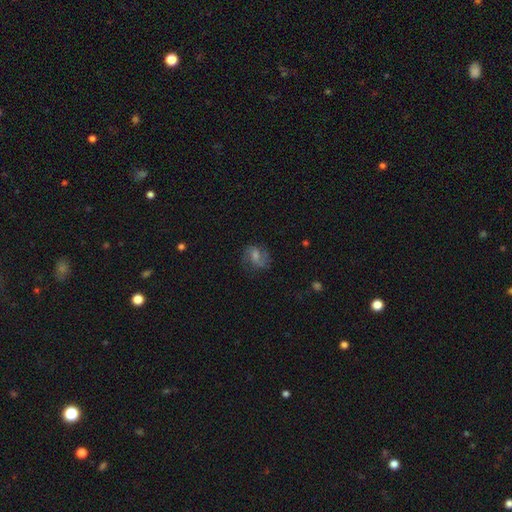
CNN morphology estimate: smooth_or_featured: featured or disk (p=0.60) [alt: smooth p=0.25]
disk_edge_on: no (p=0.97) [alt: yes p=0.03]
bar: weak (p=0.50) [alt: no p=0.31]
has_spiral_arms: yes (p=0.89) [alt: no p=0.11]
spiral_winding: medium (p=0.48) [alt: loose p=0.29]
spiral_arm_count: 2 (p=0.81) [alt: can't tell p=0.10]
bulge_size: moderate (p=0.43) [alt: small p=0.36]
merging: none (p=0.75) [alt: minor disturbance p=0.16]